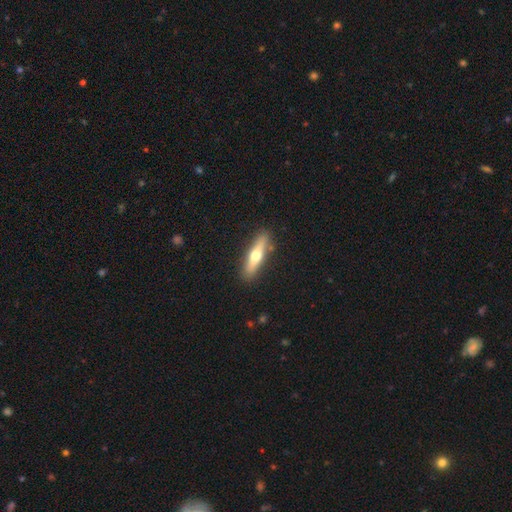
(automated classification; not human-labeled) Morphology: type=smooth (50%); roundness=cigar-shaped (76%); merging=none (87%).